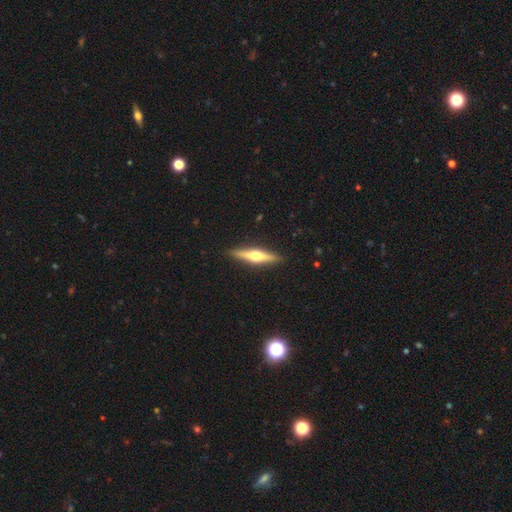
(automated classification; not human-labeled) The model was most divided on "smooth or featured": featured or disk: 65%, smooth: 30%, star or artifact: 5%. More confident: edge-on disk — yes (97%); edge-on bulge — rounded (94%); merging — none (91%).